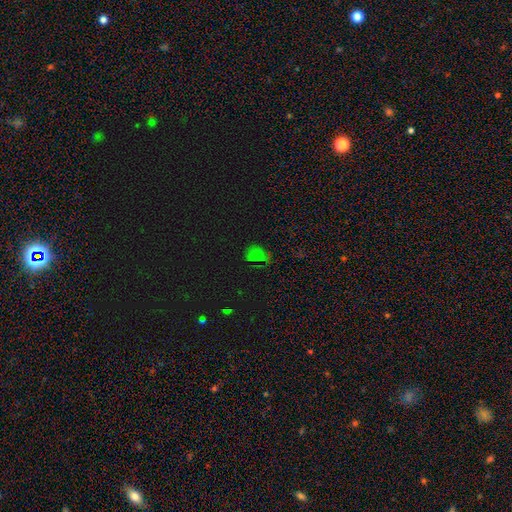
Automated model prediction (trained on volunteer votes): smooth_or_featured: star or artifact (p=0.51) [alt: smooth p=0.41]